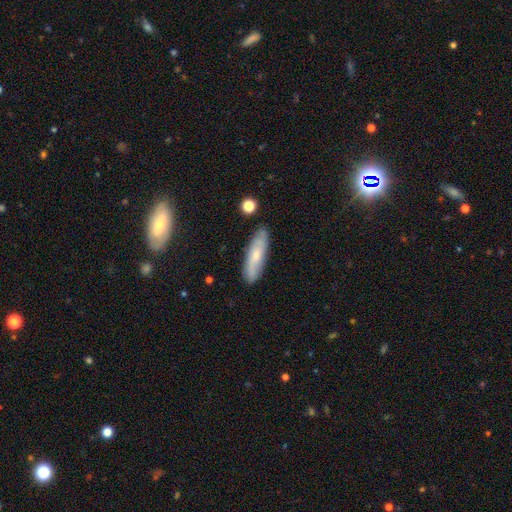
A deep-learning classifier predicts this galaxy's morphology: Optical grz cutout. It shows a smooth galaxy with no disk features (53%) that is cigar-shaped (59%). Merging: none (83%).